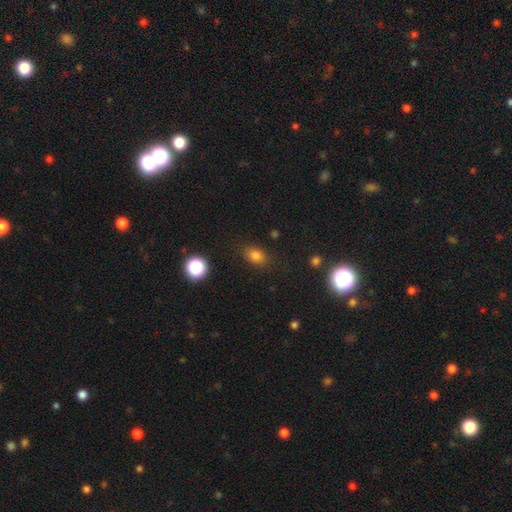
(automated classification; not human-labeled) smooth-or-featured: smooth: 78% | star or artifact: 16% | featured or disk: 7%
  how-rounded: in between: 71% | round: 27% | cigar-shaped: 2%
  merging: none: 84% | minor disturbance: 11% | major disturbance: 3% | merger: 2%